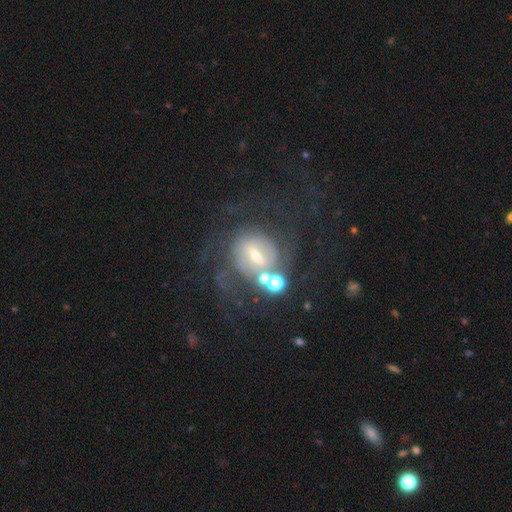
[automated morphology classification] This appears to be a featured or disk galaxy (66%) with a strong bar (46%), spiral arms (77%) and a small central bulge (41%). Merging: none (47%).